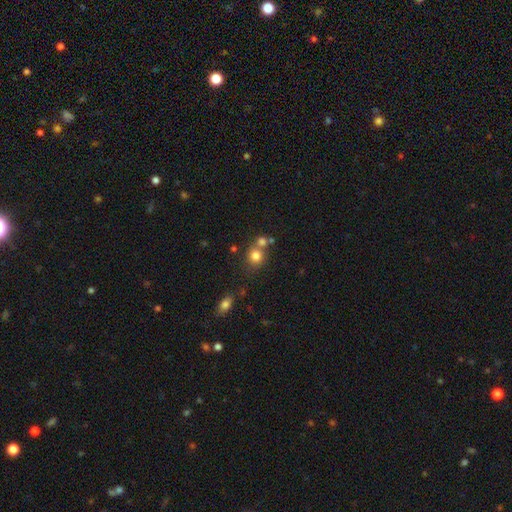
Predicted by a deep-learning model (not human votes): smooth_or_featured: smooth (p=0.79) [alt: star or artifact p=0.12]
how_rounded: round (p=0.83) [alt: in between p=0.16]
merging: none (p=0.55) [alt: merger p=0.33]